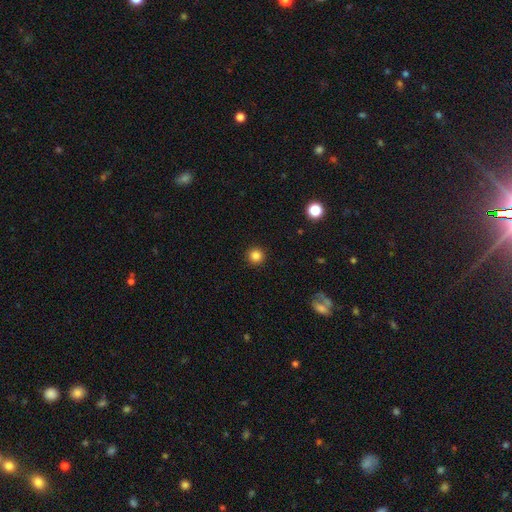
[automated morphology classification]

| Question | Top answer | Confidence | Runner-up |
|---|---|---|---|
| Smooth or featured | smooth | 83% | star or artifact (12%) |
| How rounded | round | 96% | in between (3%) |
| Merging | none | 93% | minor disturbance (4%) |